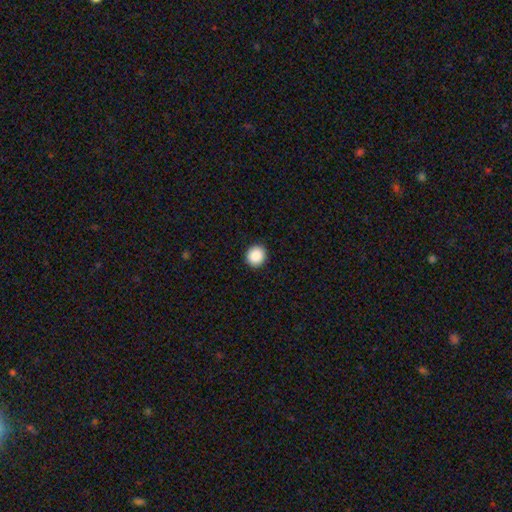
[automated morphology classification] Smooth or featured? Predicted: smooth (p=0.89). How rounded? Predicted: round (p=0.88). Merging? Predicted: none (p=0.92).